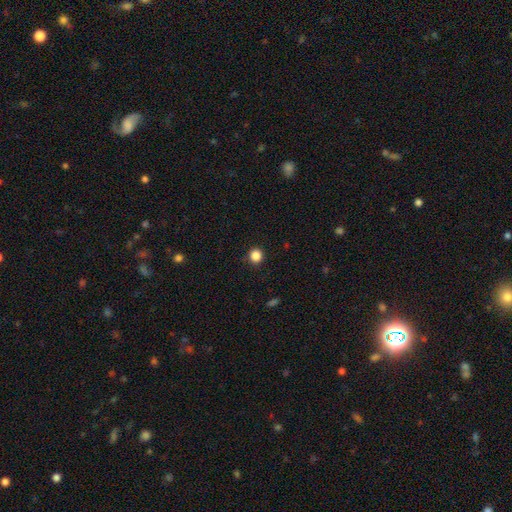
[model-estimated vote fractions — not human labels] This appears to be a smooth galaxy with no disk features (86%) that is round (92%). Merging: none (90%).